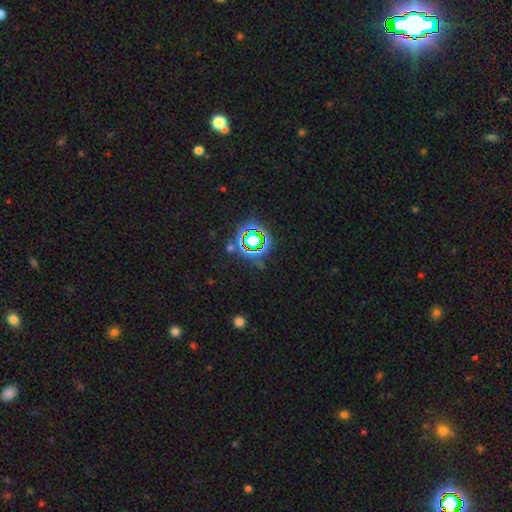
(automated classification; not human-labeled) Smooth or featured?
  - star or artifact: 75% *
  - smooth: 17%
  - featured or disk: 9%